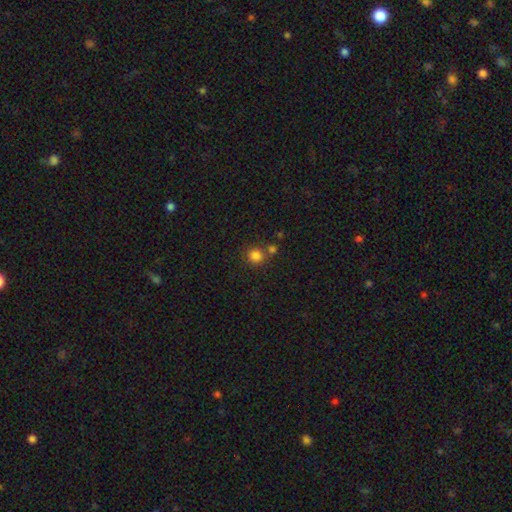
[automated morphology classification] Smooth or featured?
  - smooth: 82% *
  - star or artifact: 13%
  - featured or disk: 5%
How rounded?
  - round: 88% *
  - in between: 11%
  - cigar-shaped: 1%
Merging?
  - none: 69% *
  - merger: 20%
  - minor disturbance: 8%
  - major disturbance: 3%